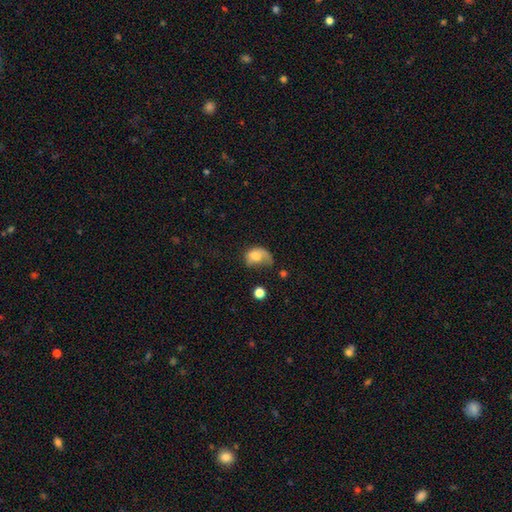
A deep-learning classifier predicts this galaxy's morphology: A smooth galaxy with no disk features (65%) that is in between round and cigar-shaped (73%). Merging: major disturbance (42%).